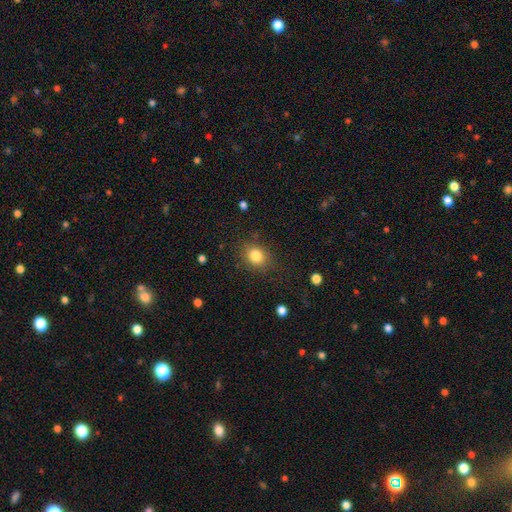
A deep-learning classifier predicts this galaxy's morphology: The model was most divided on "how rounded": round: 62%, in between: 37%, cigar-shaped: 1%. More confident: smooth or featured — smooth (82%); merging — none (82%).